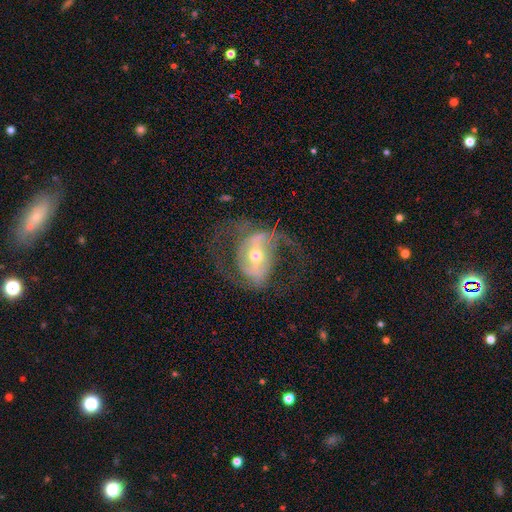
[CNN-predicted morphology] smooth-or-featured: featured or disk: 85% | smooth: 9% | star or artifact: 6%
  disk-edge-on: no: 96% | yes: 4%
    bar: strong: 47% | weak: 32% | no: 21%
    has-spiral-arms: yes: 86% | no: 14%
      spiral-winding: medium: 51% | loose: 34% | tight: 15%
      spiral-arm-count: 2: 85% | can't tell: 7% | 1: 3% | 3: 2% | 4: 1% | more than 4: 1%
    bulge-size: small: 54% | moderate: 42% | large: 3% | dominant: 1% | none: 1%
  merging: none: 60% | major disturbance: 23% | minor disturbance: 15% | merger: 2%